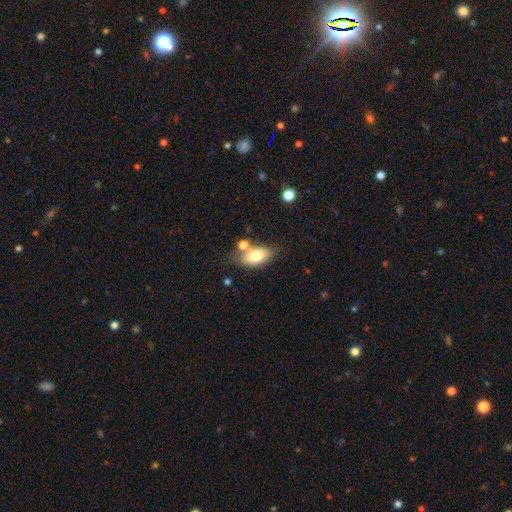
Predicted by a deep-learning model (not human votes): This appears to be a smooth galaxy with no disk features (75%) that is in between round and cigar-shaped (88%). Merging: none (57%).